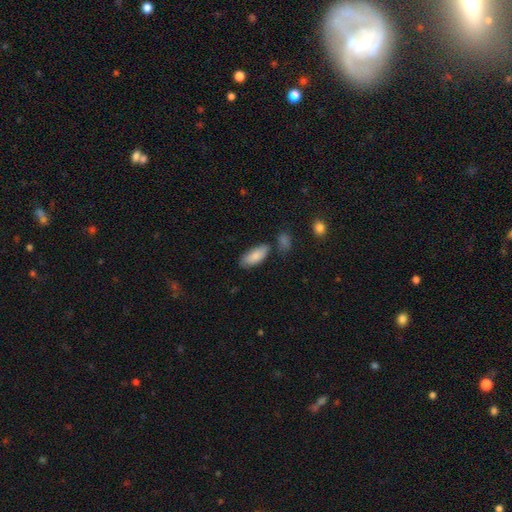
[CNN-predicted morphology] This is clearly a smooth galaxy (85%). How rounded: clearly in between (85%). Merging: likely none (72%).